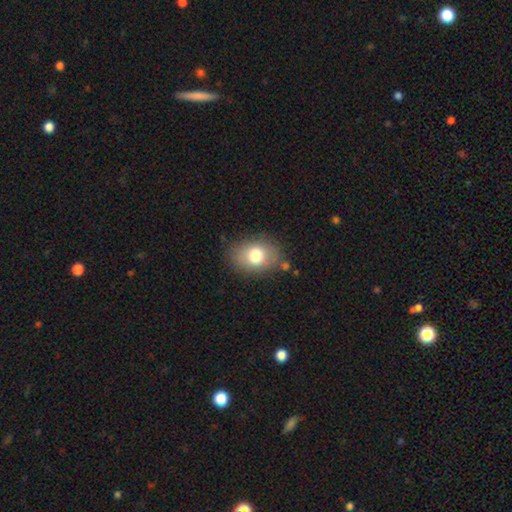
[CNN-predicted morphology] Smooth or featured?
  - smooth: 76% *
  - featured or disk: 15%
  - star or artifact: 9%
How rounded?
  - in between: 69% *
  - round: 30%
  - cigar-shaped: 1%
Merging?
  - none: 78% *
  - minor disturbance: 14%
  - major disturbance: 5%
  - merger: 3%